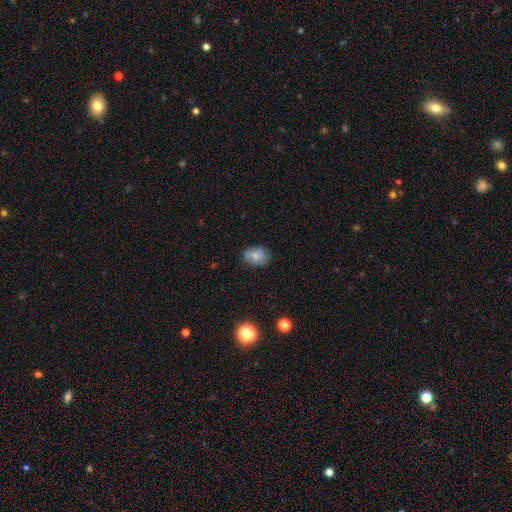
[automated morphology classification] Overall: smooth (75%). How rounded: in between (72%). Merging: none (78%).